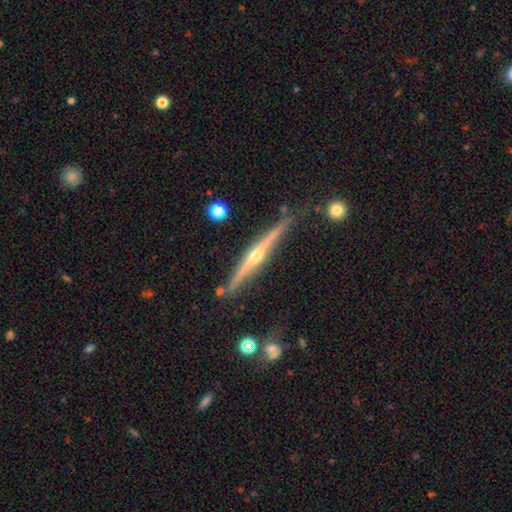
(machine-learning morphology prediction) A featured or disk galaxy (84%) viewed edge-on (98%) with a rounded central bulge (88%). Merging: none (84%).